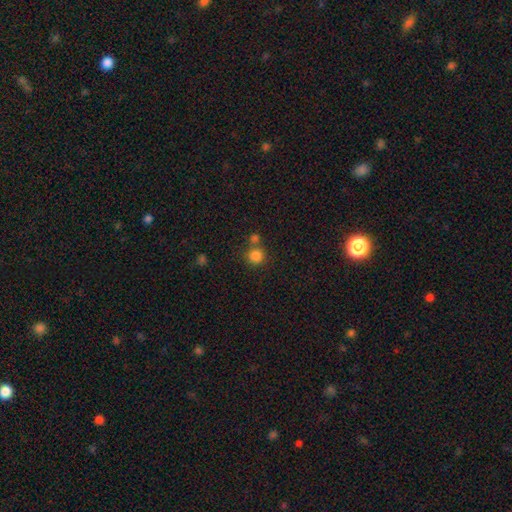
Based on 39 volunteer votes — This appears to be a smooth galaxy with no disk features (92%) that is round (86%). Merging: none (61%).